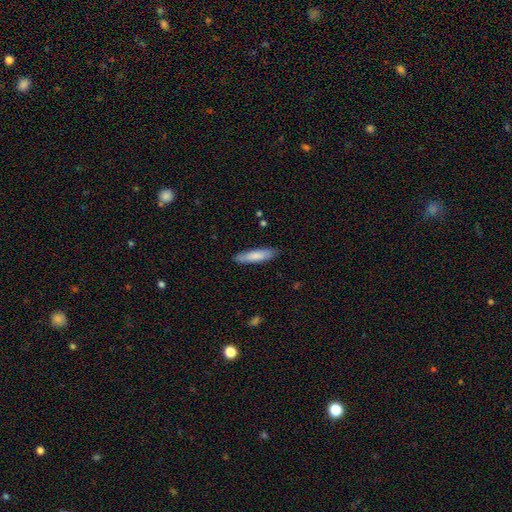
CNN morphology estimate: Smooth or featured: smooth — 81% (featured or disk — 14%)
How rounded: cigar-shaped — 74% (in between — 25%)
Merging: none — 84% (minor disturbance — 12%)